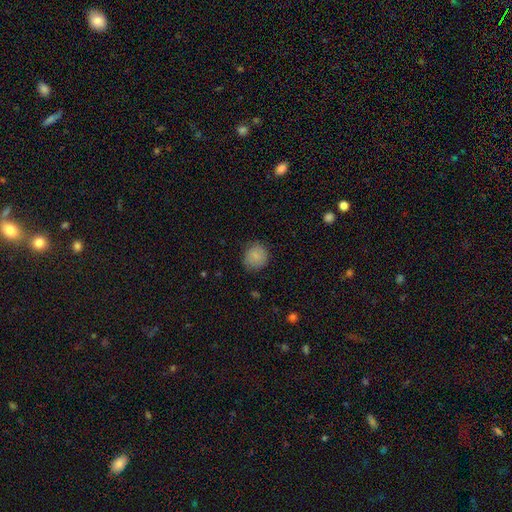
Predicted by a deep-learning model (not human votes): Smooth or featured? Predicted: smooth (p=0.83). How rounded? Predicted: round (p=0.83). Merging? Predicted: none (p=0.77).